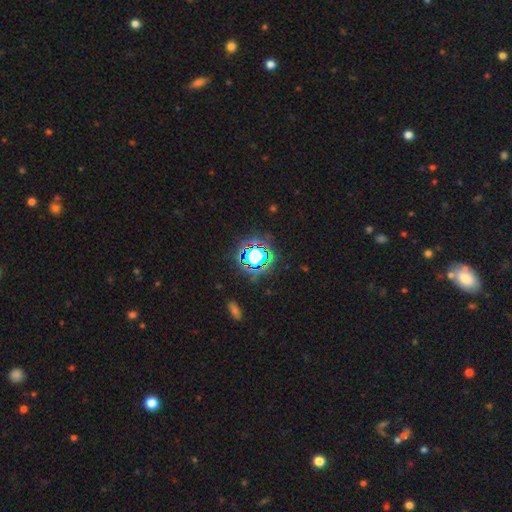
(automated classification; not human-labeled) This appears to be a star or artifact, not a galaxy (70%).